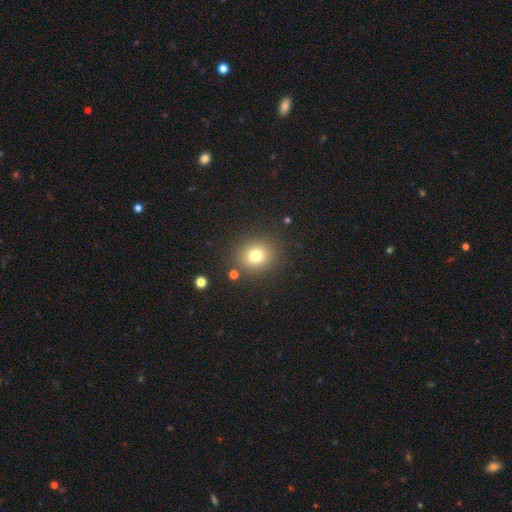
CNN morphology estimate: A smooth galaxy with no disk features (77%) that is round (79%).

Vote fractions:
- Smooth or featured? smooth: 77% / star or artifact: 14% / featured or disk: 9%
- How rounded? round: 79% / in between: 20% / cigar-shaped: 1%
- Merging? none: 87% / minor disturbance: 7% / major disturbance: 3% / merger: 3%